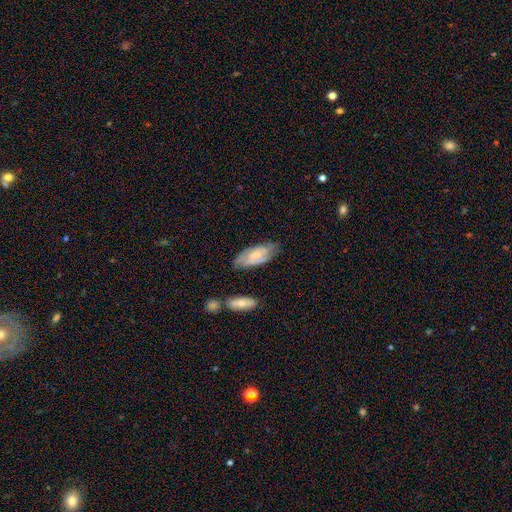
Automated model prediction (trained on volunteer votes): Smooth or featured? featured or disk (54%)
Edge-on disk? no (90%)
Merging? none (70%)